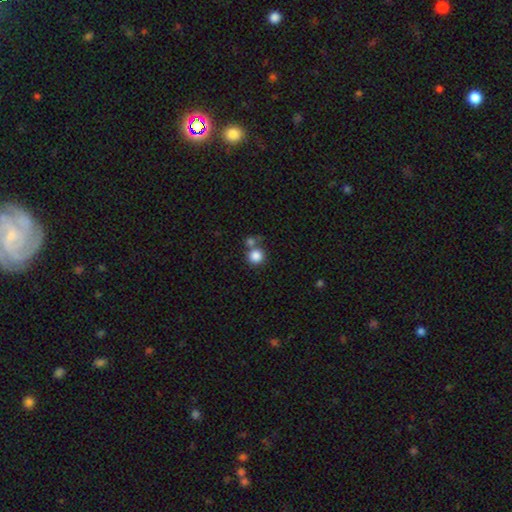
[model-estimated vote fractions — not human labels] Smooth or featured?
  - smooth: 85% *
  - star or artifact: 10%
  - featured or disk: 5%
How rounded?
  - round: 93% *
  - in between: 6%
  - cigar-shaped: 1%
Merging?
  - none: 61% *
  - merger: 28%
  - minor disturbance: 8%
  - major disturbance: 4%